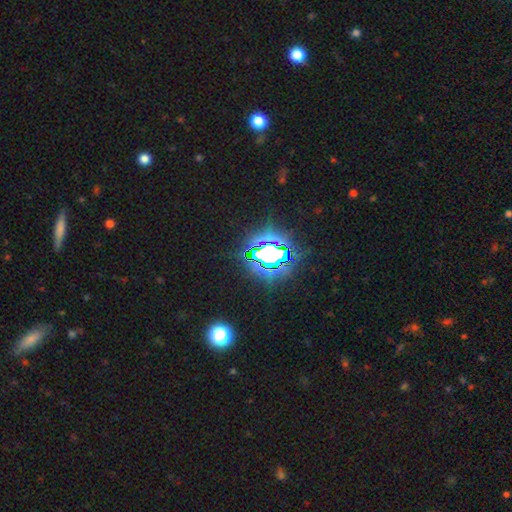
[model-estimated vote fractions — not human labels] star or artifact 76%, smooth 14%, featured or disk 10%.